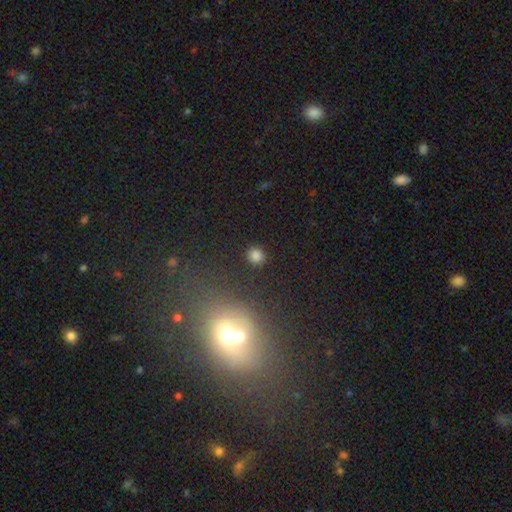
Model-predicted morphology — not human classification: smooth_or_featured: smooth (p=0.81) [alt: star or artifact p=0.15]
how_rounded: round (p=0.92) [alt: in between p=0.07]
merging: none (p=0.90) [alt: minor disturbance p=0.06]